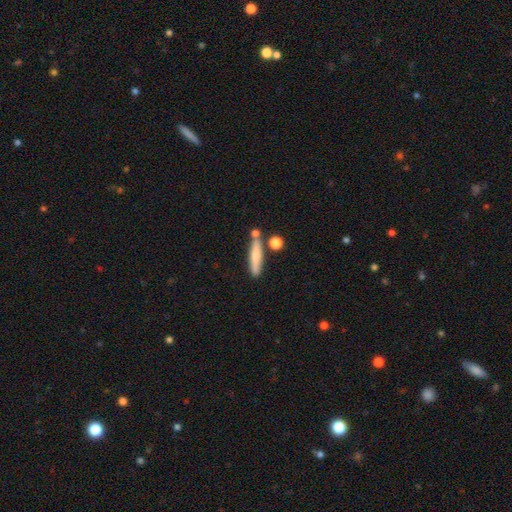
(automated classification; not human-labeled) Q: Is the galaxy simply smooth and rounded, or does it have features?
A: smooth — 72%.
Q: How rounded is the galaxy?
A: cigar-shaped — 85%.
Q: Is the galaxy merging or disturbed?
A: none — 71%.